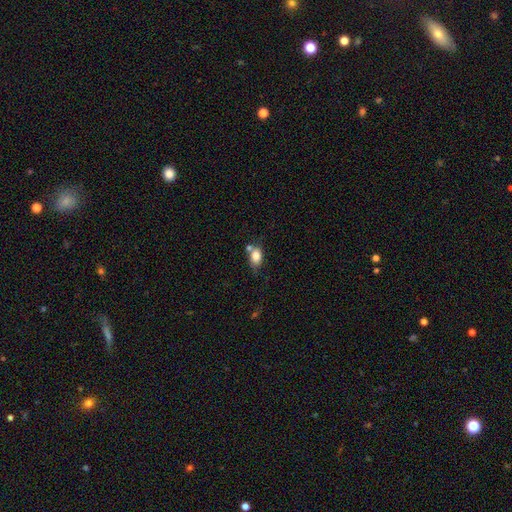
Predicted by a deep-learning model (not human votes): Smooth or featured? smooth (81%)
How rounded? in between (78%)
Merging? none (50%)